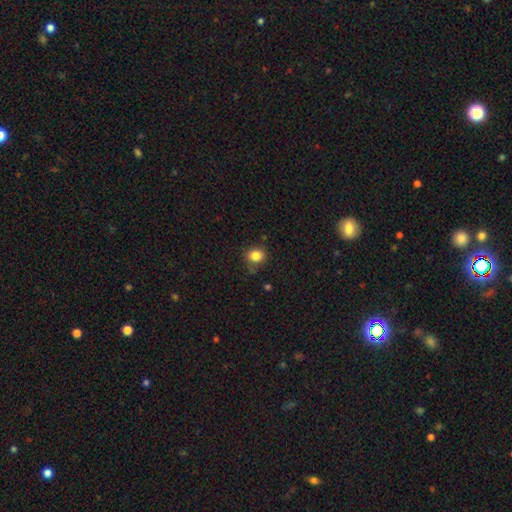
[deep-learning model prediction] Smooth or featured? Predicted: smooth (p=0.84). How rounded? Predicted: round (p=0.70). Merging? Predicted: none (p=0.76).